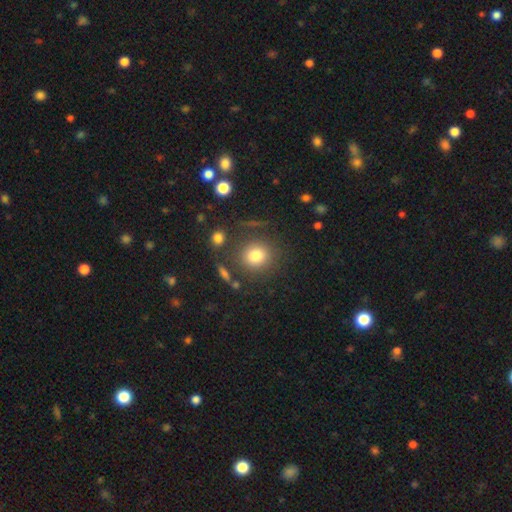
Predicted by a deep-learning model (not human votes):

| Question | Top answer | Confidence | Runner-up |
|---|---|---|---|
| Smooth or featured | smooth | 79% | star or artifact (13%) |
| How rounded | round | 85% | in between (13%) |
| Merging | none | 82% | minor disturbance (9%) |